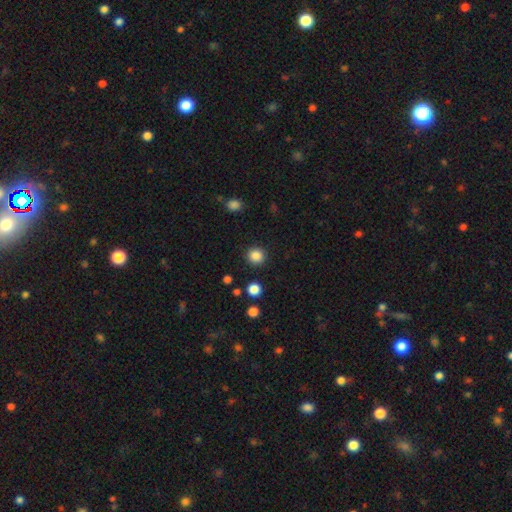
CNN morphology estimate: type=smooth (86%); roundness=round (91%); merging=none (90%).